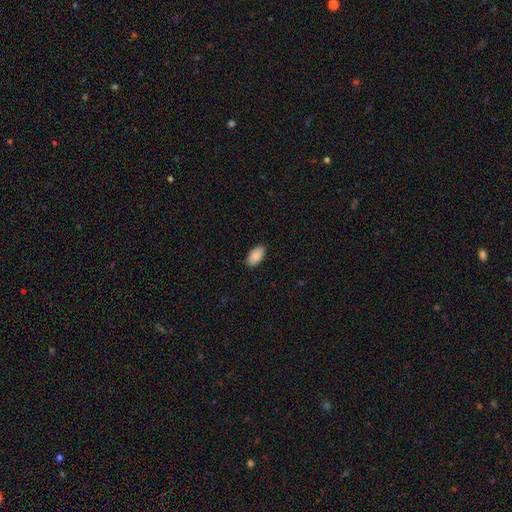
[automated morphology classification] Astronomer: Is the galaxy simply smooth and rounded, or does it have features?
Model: smooth — 89%.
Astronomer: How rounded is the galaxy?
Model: in between — 95%.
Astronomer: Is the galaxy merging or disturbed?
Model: none — 89%.